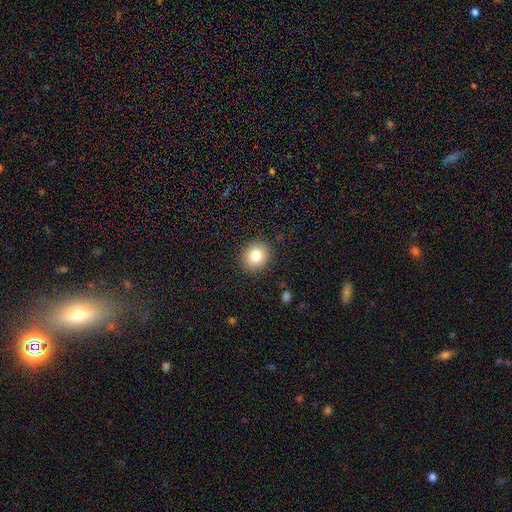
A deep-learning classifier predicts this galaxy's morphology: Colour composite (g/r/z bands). It shows a smooth galaxy with no disk features (81%) that is round (79%). Merging: none (89%).